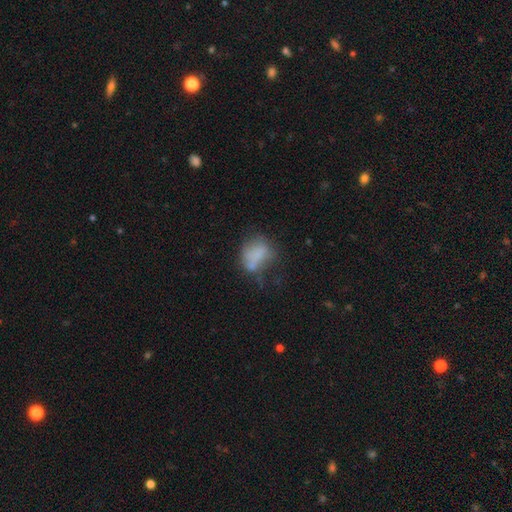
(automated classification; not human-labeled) Q: Smooth or featured?
A: smooth (60%); runner-up: featured or disk (27%)
Q: How rounded?
A: in between (66%); runner-up: round (32%)
Q: Merging?
A: none (31%); runner-up: major disturbance (28%)